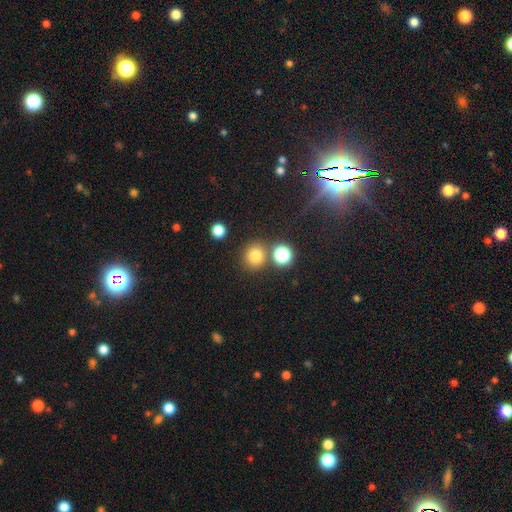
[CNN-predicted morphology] Smooth or featured: smooth — 76% (star or artifact — 17%)
How rounded: round — 89% (in between — 10%)
Merging: none — 77% (merger — 11%)